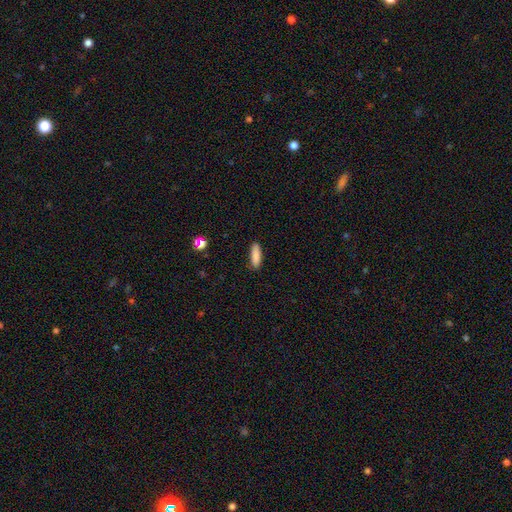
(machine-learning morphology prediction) type=smooth (86%); roundness=cigar-shaped (55%); merging=none (88%).